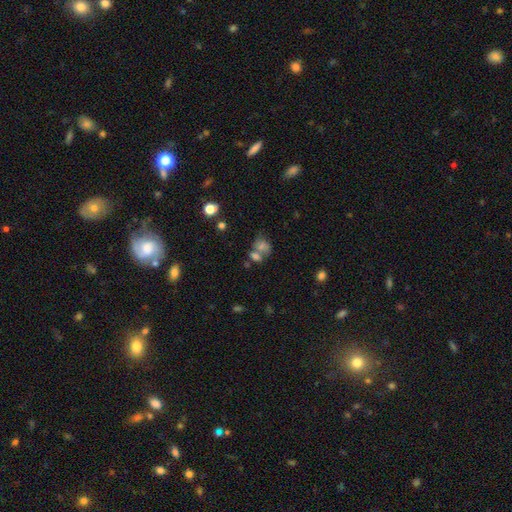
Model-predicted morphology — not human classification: Overall: smooth (41%; star or artifact 40%). Merging: none (56%; merger 24%).